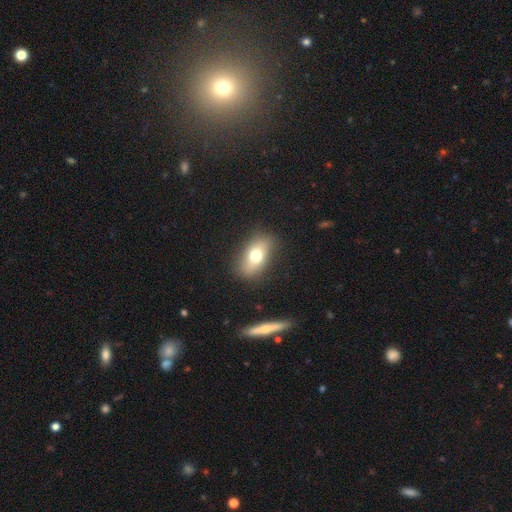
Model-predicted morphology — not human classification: Q: Smooth or featured?
A: smooth (69%); runner-up: featured or disk (22%)
Q: How rounded?
A: in between (85%); runner-up: round (11%)
Q: Merging?
A: none (84%); runner-up: minor disturbance (11%)